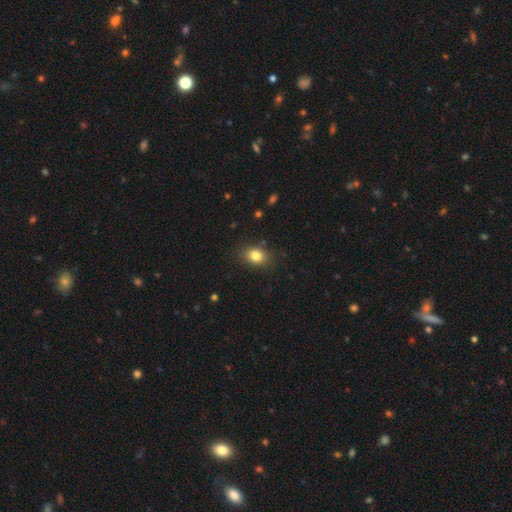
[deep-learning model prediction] Smooth or featured: smooth — 82% (star or artifact — 10%)
How rounded: in between — 64% (round — 35%)
Merging: none — 84% (minor disturbance — 11%)